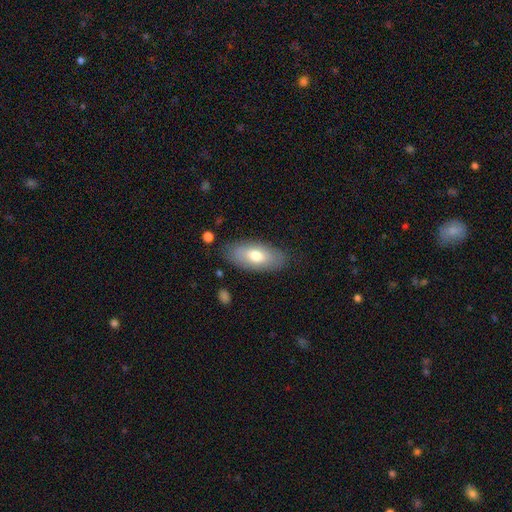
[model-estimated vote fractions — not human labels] The model was most divided on "smooth or featured": smooth: 70%, featured or disk: 24%, star or artifact: 6%. More confident: how rounded — in between (89%); merging — none (83%).